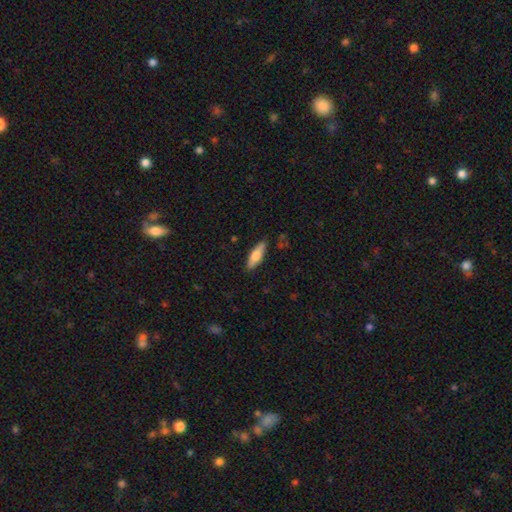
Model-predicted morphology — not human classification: A smooth galaxy with no disk features (67%) that is in between round and cigar-shaped (49%, tied with cigar-shaped). Merging: none (85%).